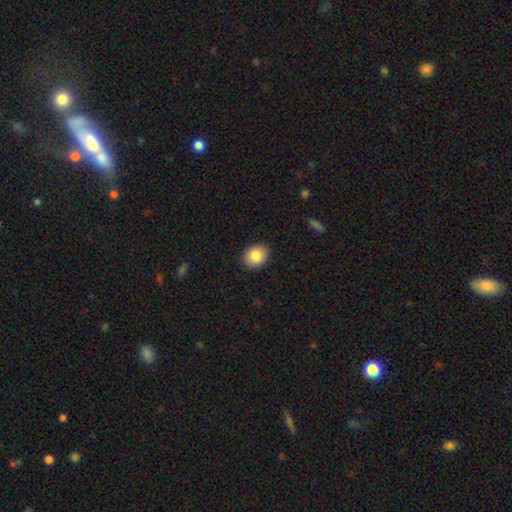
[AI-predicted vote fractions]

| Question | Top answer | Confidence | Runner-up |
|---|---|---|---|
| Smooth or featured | smooth | 84% | featured or disk (8%) |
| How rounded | in between | 52% | round (47%) |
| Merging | none | 90% | minor disturbance (7%) |